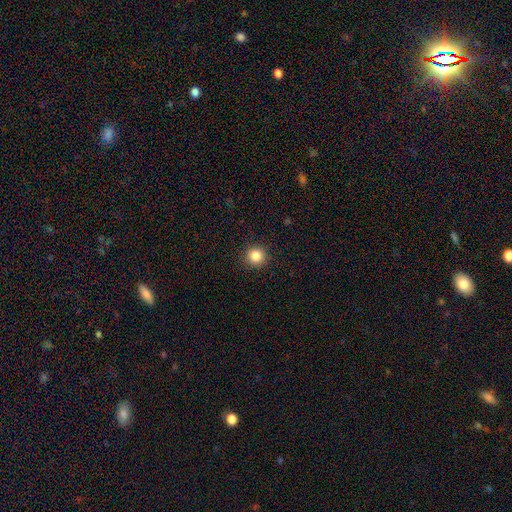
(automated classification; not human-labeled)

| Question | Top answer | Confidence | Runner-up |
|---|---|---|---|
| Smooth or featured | smooth | 85% | star or artifact (11%) |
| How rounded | round | 94% | in between (5%) |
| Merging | none | 92% | minor disturbance (6%) |